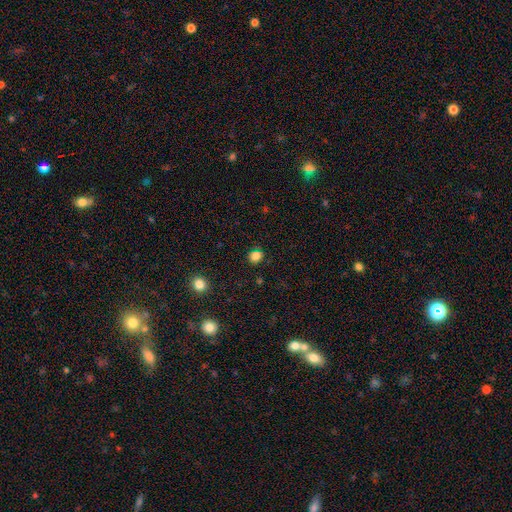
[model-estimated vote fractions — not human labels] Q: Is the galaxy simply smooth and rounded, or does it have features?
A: smooth — 81%.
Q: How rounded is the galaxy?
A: round — 76%.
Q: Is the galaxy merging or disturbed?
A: none — 86%.